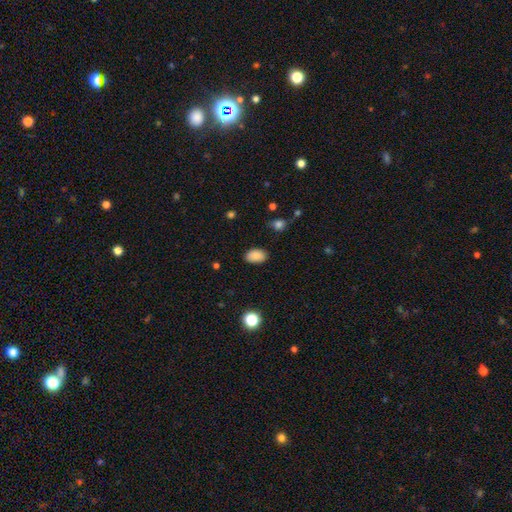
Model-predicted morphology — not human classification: smooth-or-featured: smooth: 84% | star or artifact: 9% | featured or disk: 7%
  how-rounded: in between: 89% | round: 10% | cigar-shaped: 1%
  merging: none: 84% | minor disturbance: 12% | major disturbance: 3% | merger: 1%